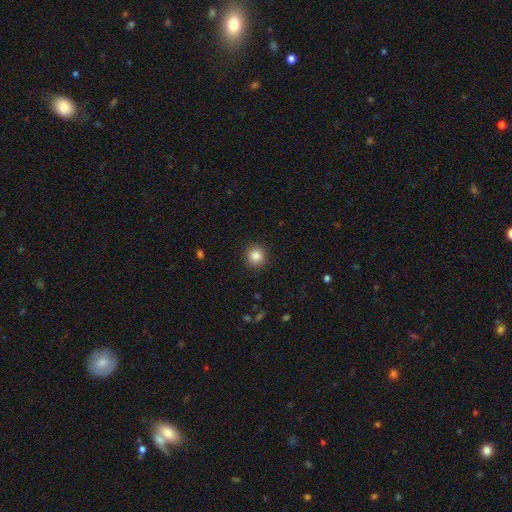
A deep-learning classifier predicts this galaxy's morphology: Q: Smooth or featured?
A: smooth (86%); runner-up: star or artifact (10%)
Q: How rounded?
A: round (93%); runner-up: in between (6%)
Q: Merging?
A: none (91%); runner-up: minor disturbance (6%)